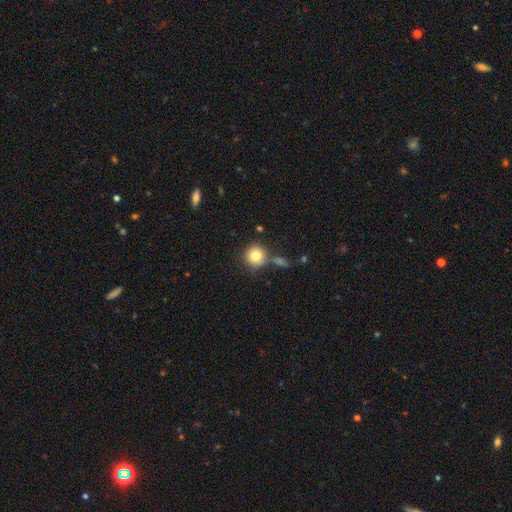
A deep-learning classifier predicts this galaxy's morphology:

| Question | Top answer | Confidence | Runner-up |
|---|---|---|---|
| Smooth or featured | smooth | 81% | featured or disk (10%) |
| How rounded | round | 91% | in between (8%) |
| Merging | none | 68% | merger (15%) |